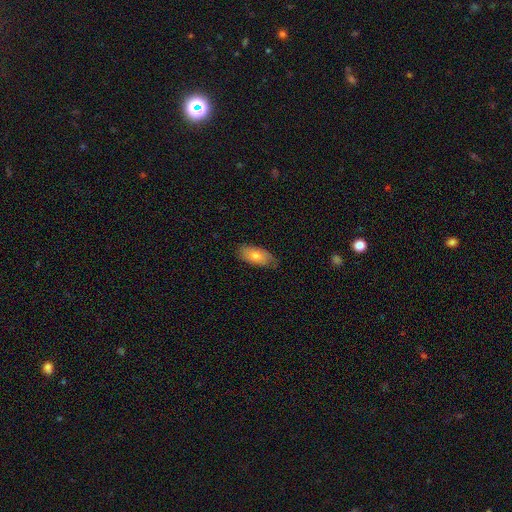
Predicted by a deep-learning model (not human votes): Smooth or featured: smooth — 72% (featured or disk — 21%)
How rounded: in between — 88% (cigar-shaped — 9%)
Merging: none — 78% (minor disturbance — 18%)